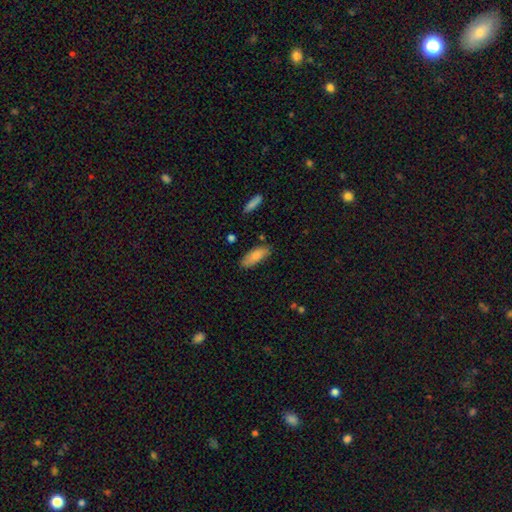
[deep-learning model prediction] Smooth or featured? Predicted: smooth (p=0.79). How rounded? Predicted: in between (p=0.75). Merging? Predicted: none (p=0.76).